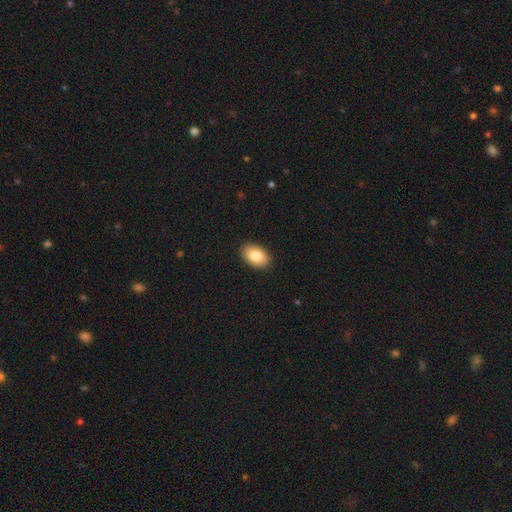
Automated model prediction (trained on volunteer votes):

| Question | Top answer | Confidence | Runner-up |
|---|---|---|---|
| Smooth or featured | smooth | 84% | featured or disk (9%) |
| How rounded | in between | 91% | round (8%) |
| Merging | none | 90% | minor disturbance (7%) |